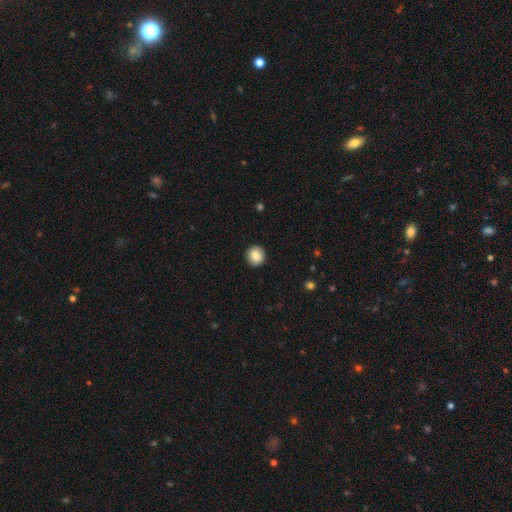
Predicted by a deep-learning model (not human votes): Smooth or featured?
  - smooth: 85% *
  - star or artifact: 8%
  - featured or disk: 7%
How rounded?
  - round: 89% *
  - in between: 10%
  - cigar-shaped: 1%
Merging?
  - none: 92% *
  - minor disturbance: 6%
  - major disturbance: 2%
  - merger: 1%